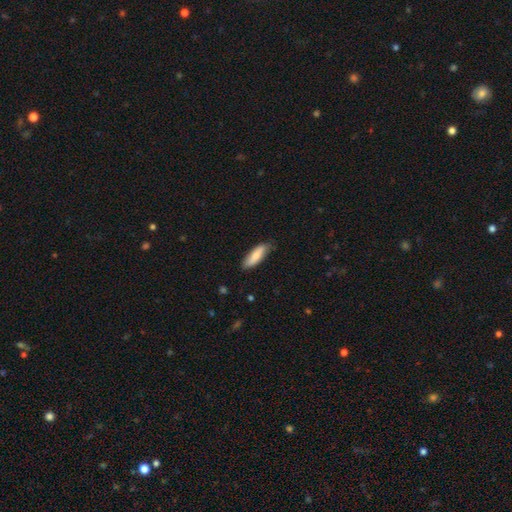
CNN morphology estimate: smooth 80%, featured or disk 14%, star or artifact 6%. Down the decision tree: how rounded — cigar-shaped (50%); merging — none (79%).